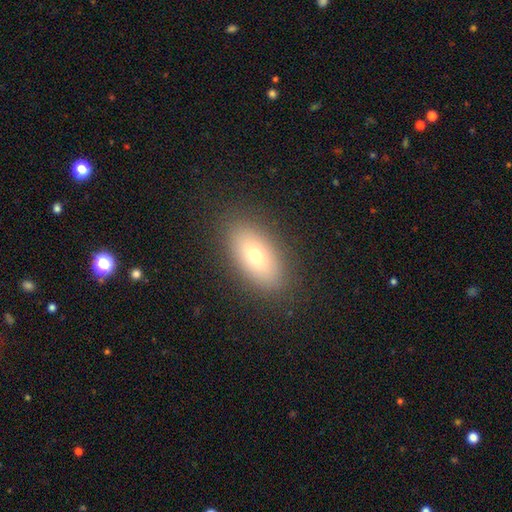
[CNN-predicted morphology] Smooth or featured? smooth (69%)
How rounded? in between (88%)
Merging? none (88%)